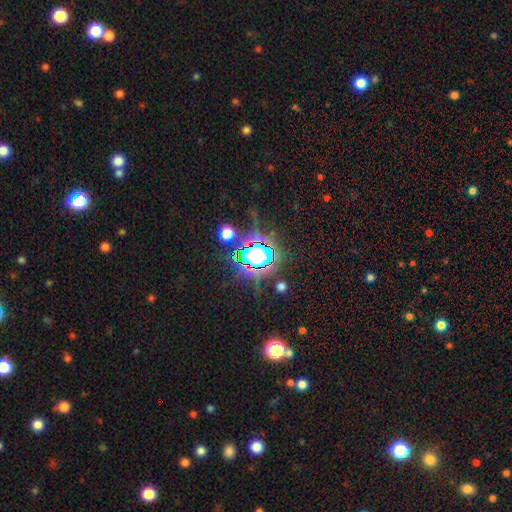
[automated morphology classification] Smooth or featured?
  - star or artifact: 64% *
  - smooth: 22%
  - featured or disk: 13%